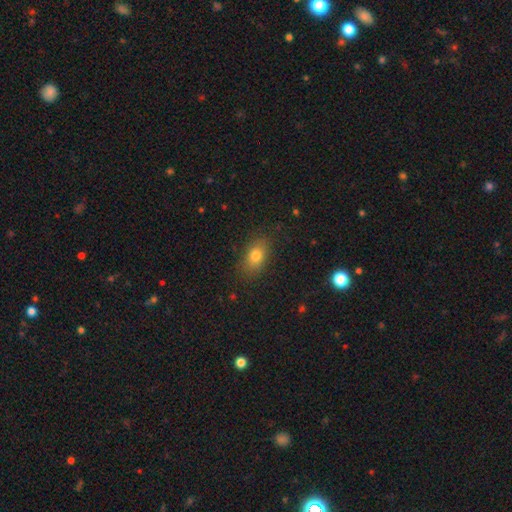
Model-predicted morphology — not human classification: The model was most divided on "how rounded": in between: 81%, round: 16%, cigar-shaped: 3%. More confident: merging — none (83%); smooth or featured — smooth (78%).